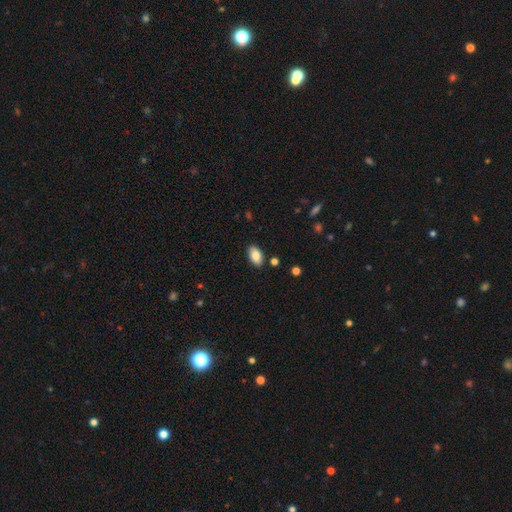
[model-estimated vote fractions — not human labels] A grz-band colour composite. It shows a smooth galaxy with no disk features (84%) that is in between round and cigar-shaped (93%). Merging: none (86%).